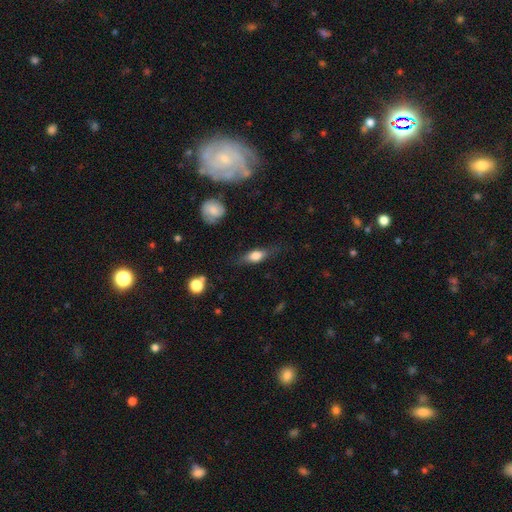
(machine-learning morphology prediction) Q: Smooth or featured?
A: smooth (63%); runner-up: featured or disk (30%)
Q: How rounded?
A: in between (65%); runner-up: cigar-shaped (28%)
Q: Merging?
A: none (72%); runner-up: minor disturbance (20%)